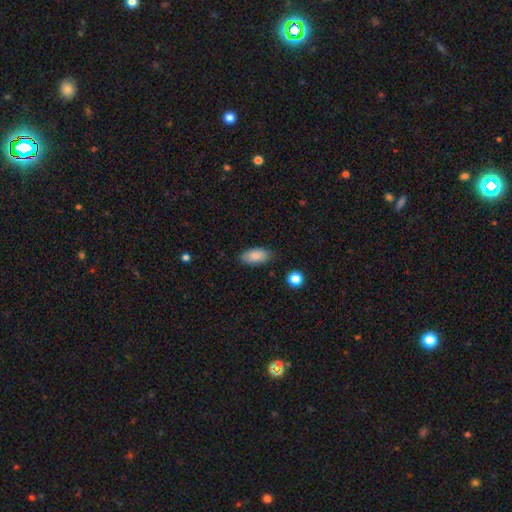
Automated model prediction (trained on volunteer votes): Q: Smooth or featured?
A: smooth (85%); runner-up: featured or disk (7%)
Q: How rounded?
A: in between (92%); runner-up: cigar-shaped (5%)
Q: Merging?
A: none (79%); runner-up: minor disturbance (16%)